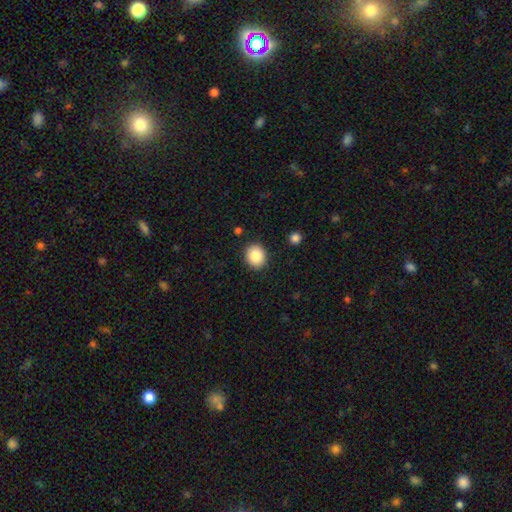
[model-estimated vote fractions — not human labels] Overall: smooth (86%). How rounded: round (72%). Merging: none (89%).